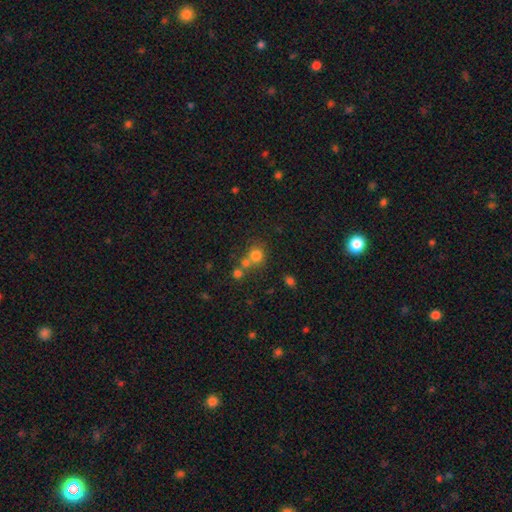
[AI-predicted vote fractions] Q: Smooth or featured?
A: smooth (75%); runner-up: star or artifact (15%)
Q: How rounded?
A: round (82%); runner-up: in between (17%)
Q: Merging?
A: none (50%); runner-up: merger (36%)